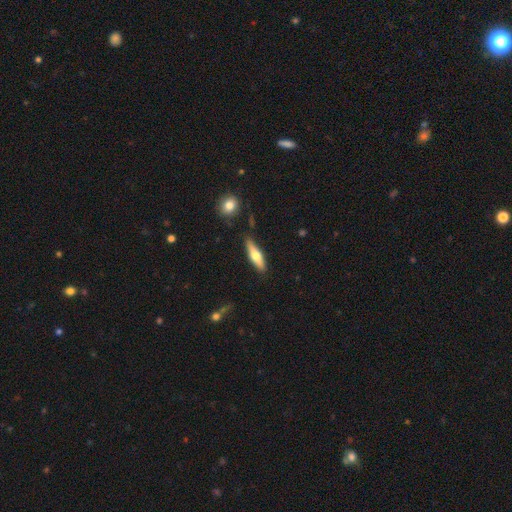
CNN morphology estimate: smooth-or-featured: smooth: 53% | featured or disk: 41% | star or artifact: 6%
  how-rounded: cigar-shaped: 66% | in between: 32% | round: 2%
  merging: none: 83% | minor disturbance: 12% | merger: 3% | major disturbance: 3%